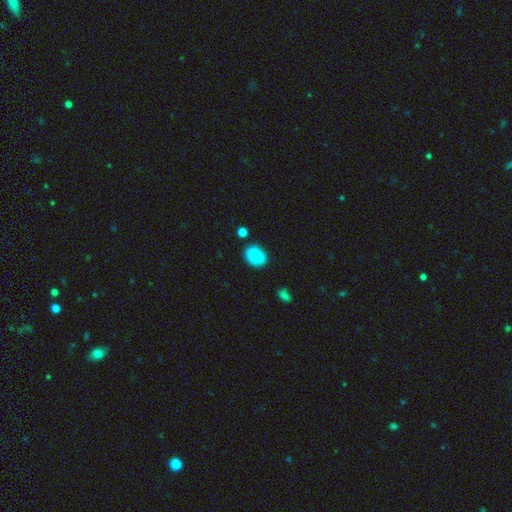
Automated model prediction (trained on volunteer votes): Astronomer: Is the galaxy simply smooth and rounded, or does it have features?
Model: smooth — 72%.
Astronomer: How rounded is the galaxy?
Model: in between — 58% (runner-up: round, 40%).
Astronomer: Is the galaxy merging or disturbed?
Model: none — 74%.